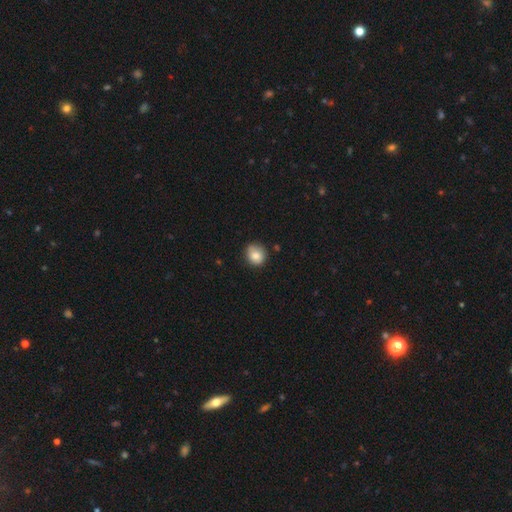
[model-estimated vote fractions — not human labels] Overall: smooth (81%). How rounded: round (77%). Merging: none (73%).